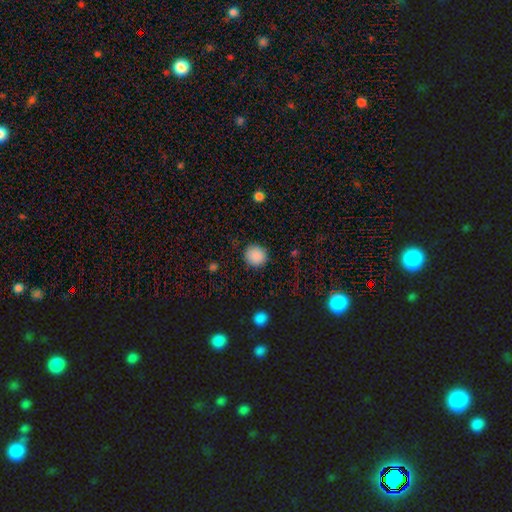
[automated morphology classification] Smooth or featured: smooth — 89% (star or artifact — 9%)
How rounded: round — 91% (in between — 8%)
Merging: none — 90% (minor disturbance — 7%)